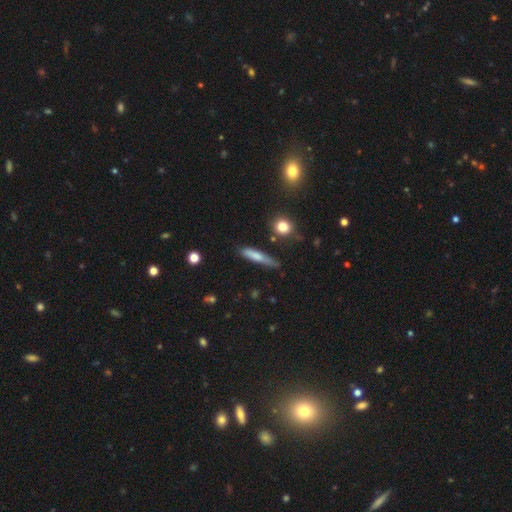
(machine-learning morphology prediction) Smooth or featured: smooth — 70% (featured or disk — 22%)
How rounded: cigar-shaped — 86% (in between — 12%)
Merging: none — 66% (minor disturbance — 23%)